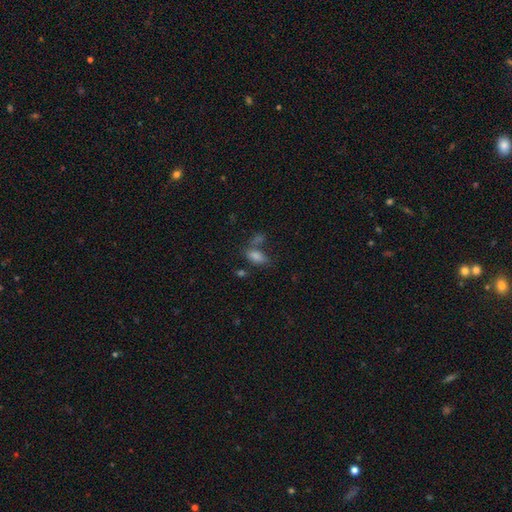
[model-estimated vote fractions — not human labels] Morphology: type=smooth (75%); roundness=in between (85%); merging=none (52%).